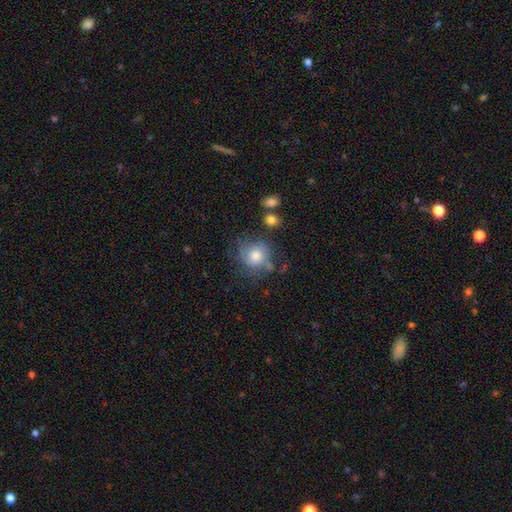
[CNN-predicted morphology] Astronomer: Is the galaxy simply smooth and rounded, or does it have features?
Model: smooth — 55% (runner-up: featured or disk, 33%).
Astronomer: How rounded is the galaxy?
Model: round — 83%.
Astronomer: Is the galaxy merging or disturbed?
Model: none — 59%.